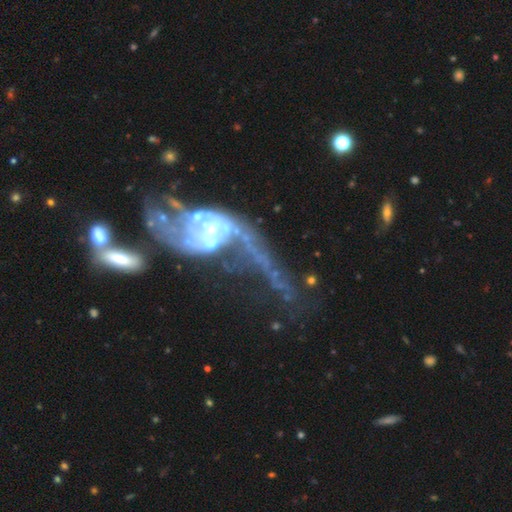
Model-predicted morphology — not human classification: A featured or disk galaxy (80%) with no bar (51%), 2 (61%) loose (76%) spiral arms (74%) and a small central bulge (46%). Merging: merger (40%).